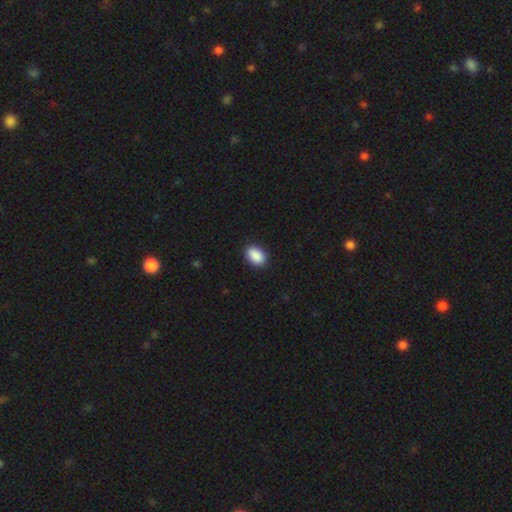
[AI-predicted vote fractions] smooth_or_featured: smooth (p=0.90) [alt: star or artifact p=0.07]
how_rounded: in between (p=0.86) [alt: round p=0.13]
merging: none (p=0.89) [alt: minor disturbance p=0.08]